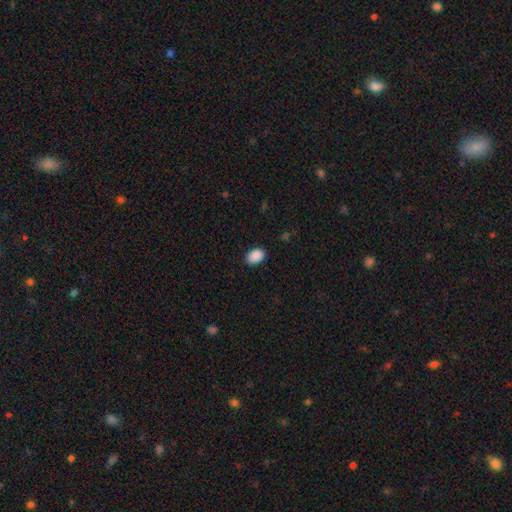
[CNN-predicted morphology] Smooth or featured?
  - smooth: 90% *
  - star or artifact: 7%
  - featured or disk: 3%
How rounded?
  - in between: 81% *
  - round: 18%
  - cigar-shaped: 1%
Merging?
  - none: 87% *
  - minor disturbance: 10%
  - major disturbance: 2%
  - merger: 1%